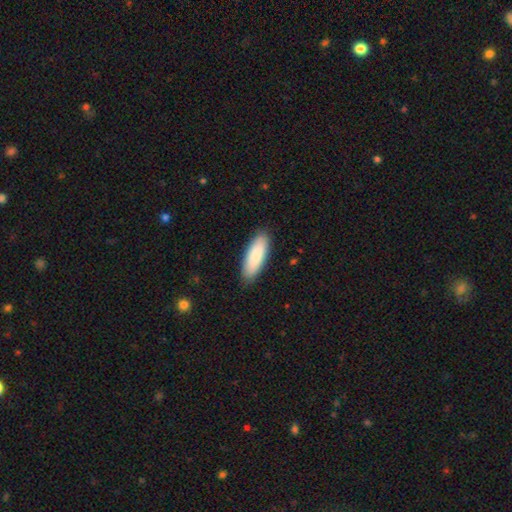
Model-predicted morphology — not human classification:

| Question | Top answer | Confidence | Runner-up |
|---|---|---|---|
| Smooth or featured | smooth | 87% | featured or disk (8%) |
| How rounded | in between | 62% | cigar-shaped (36%) |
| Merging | none | 87% | minor disturbance (10%) |